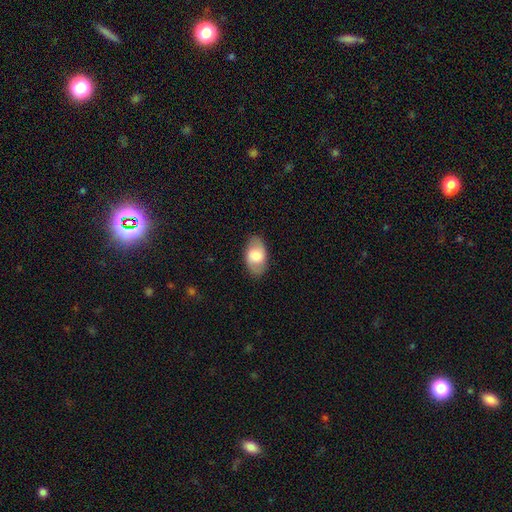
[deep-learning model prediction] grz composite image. It shows a smooth galaxy with no disk features (62%) that is in between round and cigar-shaped (92%). Merging: none (85%).